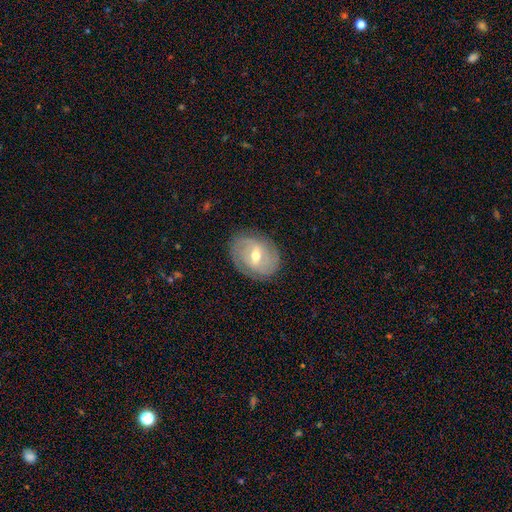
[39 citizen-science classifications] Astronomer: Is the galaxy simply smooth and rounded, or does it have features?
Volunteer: featured or disk — 87%.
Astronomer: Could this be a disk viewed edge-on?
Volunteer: no — 97%.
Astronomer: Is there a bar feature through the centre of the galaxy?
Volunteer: weak — 52% (runner-up: strong, 27%).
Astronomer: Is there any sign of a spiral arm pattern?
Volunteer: yes — 91%.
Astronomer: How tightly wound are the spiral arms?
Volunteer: tight — 63%.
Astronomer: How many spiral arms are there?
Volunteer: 2 — 70%.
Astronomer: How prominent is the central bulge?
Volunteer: moderate — 70%.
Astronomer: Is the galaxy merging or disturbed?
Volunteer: none — 87%.